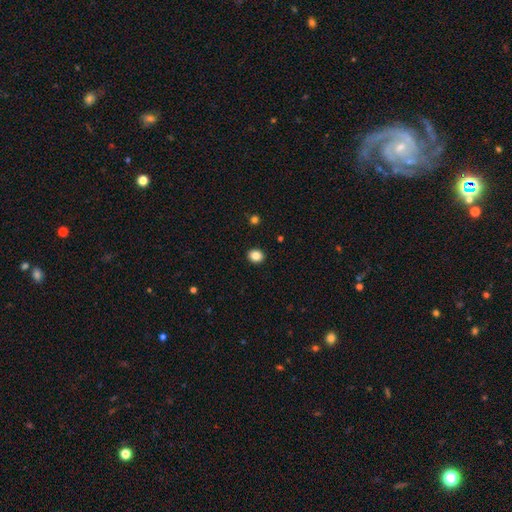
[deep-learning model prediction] Smooth or featured?
  - smooth: 85% *
  - star or artifact: 11%
  - featured or disk: 4%
How rounded?
  - round: 73% *
  - in between: 26%
  - cigar-shaped: 1%
Merging?
  - none: 92% *
  - minor disturbance: 5%
  - major disturbance: 2%
  - merger: 1%